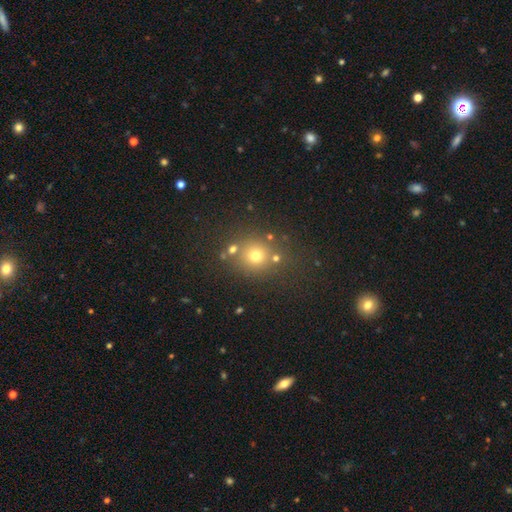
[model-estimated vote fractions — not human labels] Overall: smooth (68%). How rounded: round (86%). Merging: none (74%).